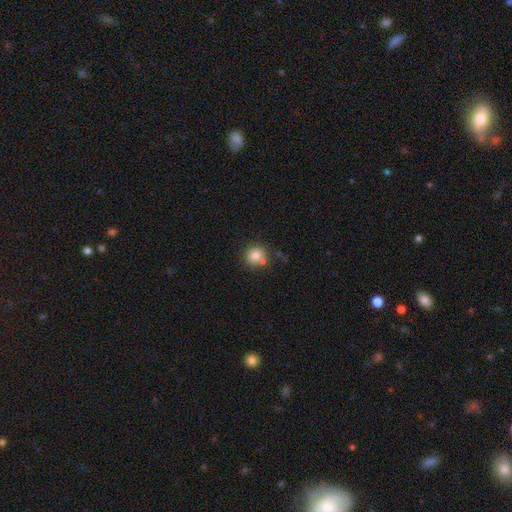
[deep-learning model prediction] Smooth or featured? smooth (80%)
How rounded? round (86%)
Merging? none (68%)